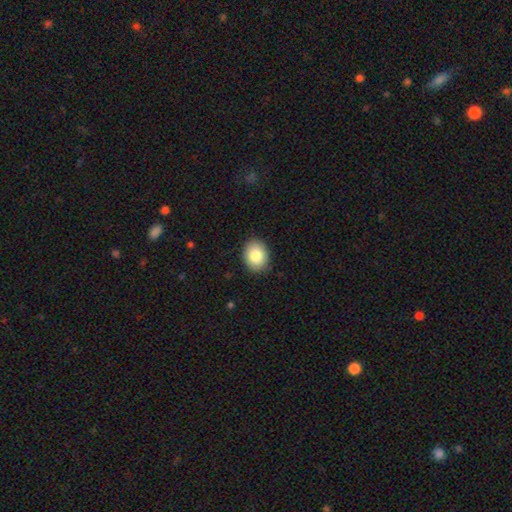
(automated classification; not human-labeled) smooth-or-featured: smooth: 84% | featured or disk: 8% | star or artifact: 8%
  how-rounded: in between: 50% | round: 49% | cigar-shaped: 1%
  merging: none: 89% | minor disturbance: 8% | major disturbance: 2% | merger: 1%